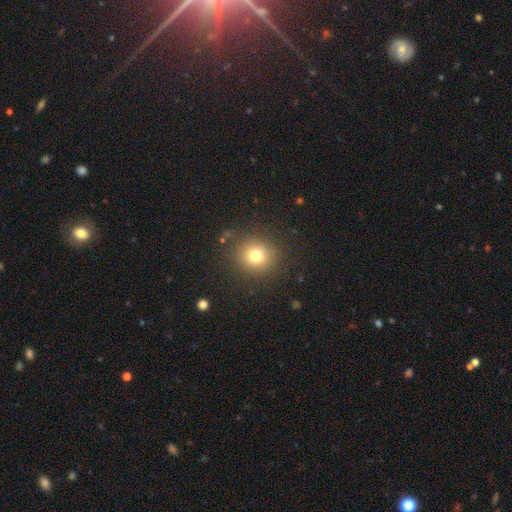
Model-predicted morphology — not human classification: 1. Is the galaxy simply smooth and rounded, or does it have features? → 75% smooth, 15% star or artifact, 10% featured or disk.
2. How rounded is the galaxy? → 91% round, 8% in between, 1% cigar-shaped.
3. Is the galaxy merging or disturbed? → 87% none, 8% minor disturbance, 4% major disturbance, 2% merger.